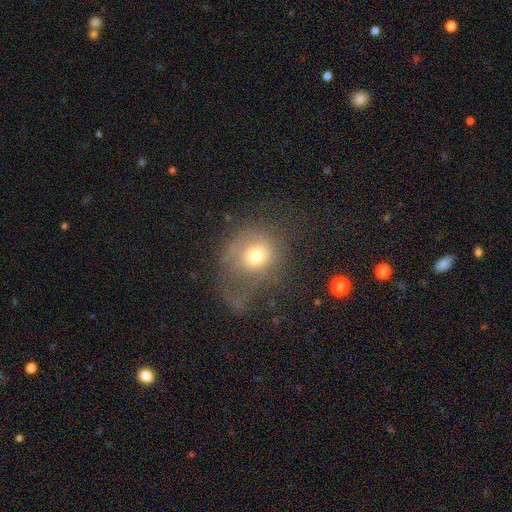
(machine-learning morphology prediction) smooth 63%, featured or disk 24%, star or artifact 13%. Down the decision tree: how rounded — round (74%); merging — major disturbance (49%).